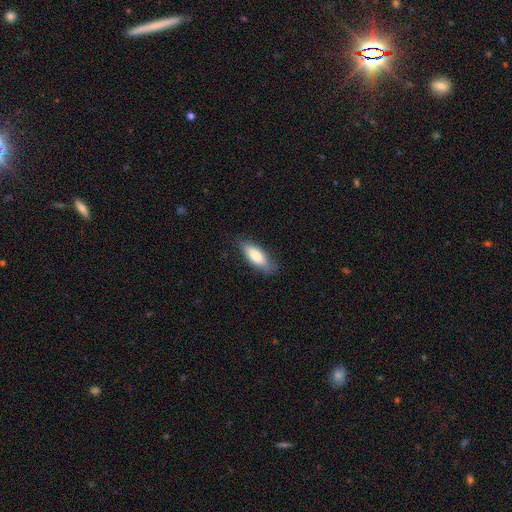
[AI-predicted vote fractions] Smooth or featured? smooth (80%)
How rounded? in between (72%)
Merging? none (77%)